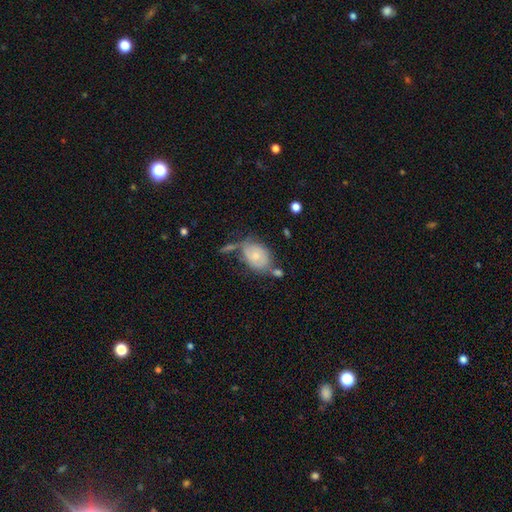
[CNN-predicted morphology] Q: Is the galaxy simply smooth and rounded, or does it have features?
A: smooth — 63%.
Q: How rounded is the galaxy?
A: in between — 75%.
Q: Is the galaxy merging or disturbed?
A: none — 41%.